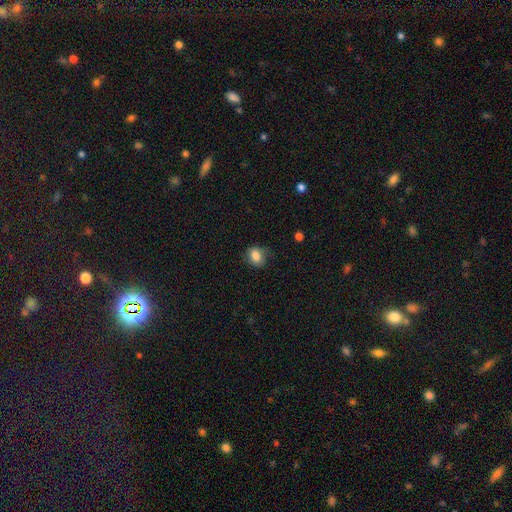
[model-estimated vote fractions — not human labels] Morphology: type=smooth (83%); roundness=in between (55%); merging=none (71%).